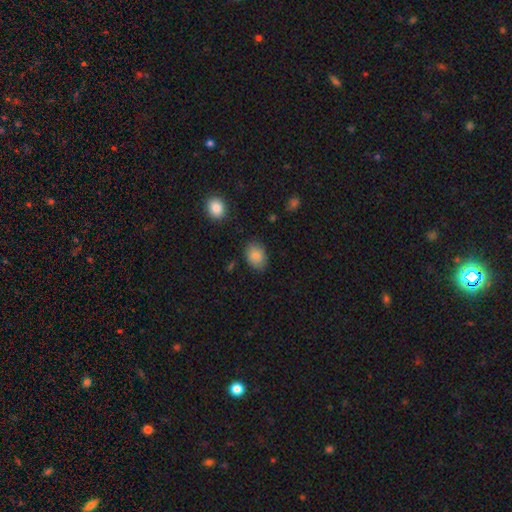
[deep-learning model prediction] Overall: smooth (86%). How rounded: in between (76%). Merging: none (81%).